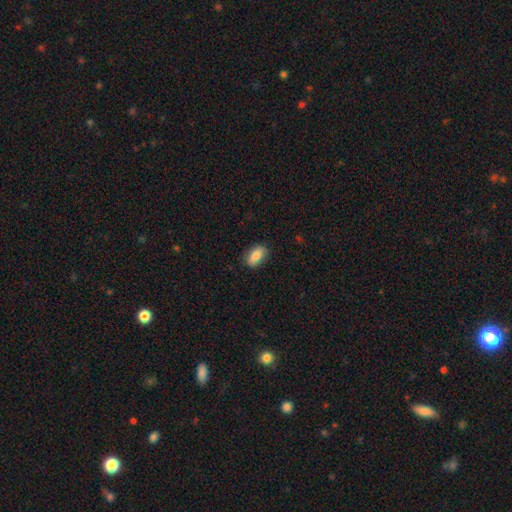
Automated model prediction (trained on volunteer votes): This is clearly a smooth galaxy (83%). How rounded: clearly in between (88%). Merging: clearly none (85%).